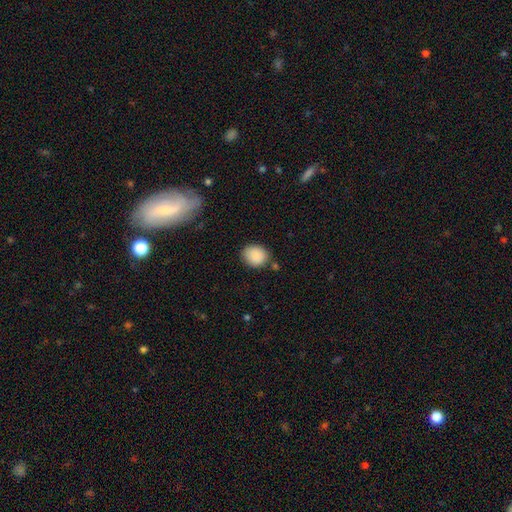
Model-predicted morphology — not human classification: Smooth or featured: smooth — 88% (star or artifact — 8%)
How rounded: round — 63% (in between — 36%)
Merging: none — 77% (minor disturbance — 15%)